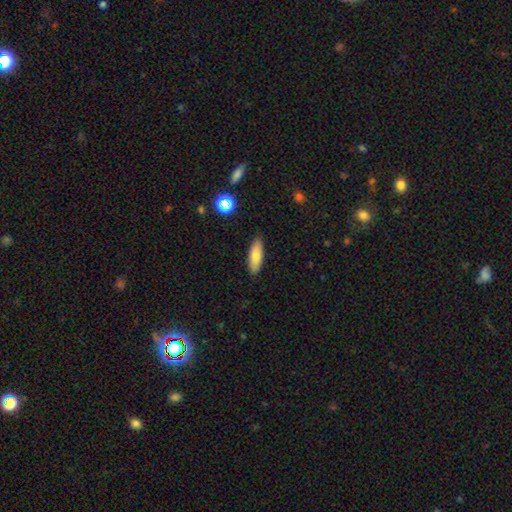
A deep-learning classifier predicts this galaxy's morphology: smooth_or_featured: smooth (p=0.76) [alt: featured or disk p=0.17]
how_rounded: in between (p=0.61) [alt: cigar-shaped p=0.37]
merging: none (p=0.87) [alt: minor disturbance p=0.10]